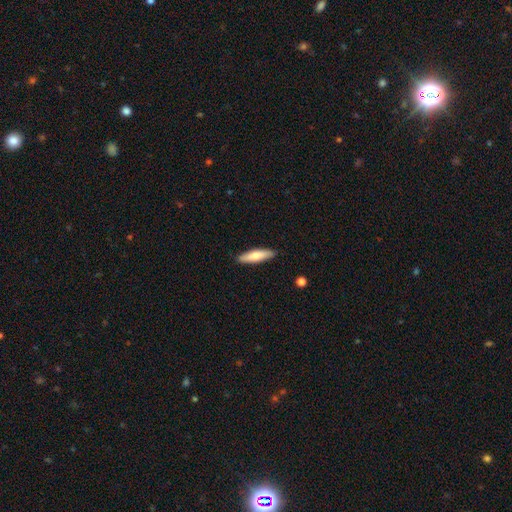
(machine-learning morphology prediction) Smooth or featured: smooth — 71% (featured or disk — 24%)
How rounded: cigar-shaped — 74% (in between — 25%)
Merging: none — 89% (minor disturbance — 8%)